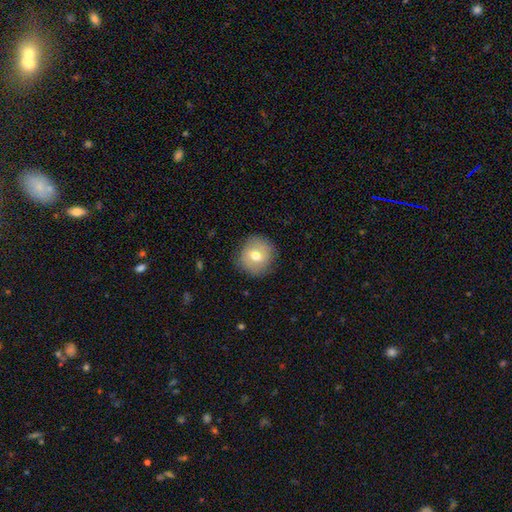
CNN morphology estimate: A smooth galaxy with no disk features (67%) that is round (89%).

Vote fractions:
- Smooth or featured? smooth: 67% / featured or disk: 24% / star or artifact: 9%
- How rounded? round: 89% / in between: 10% / cigar-shaped: 1%
- Merging? none: 83% / minor disturbance: 12% / major disturbance: 3% / merger: 1%